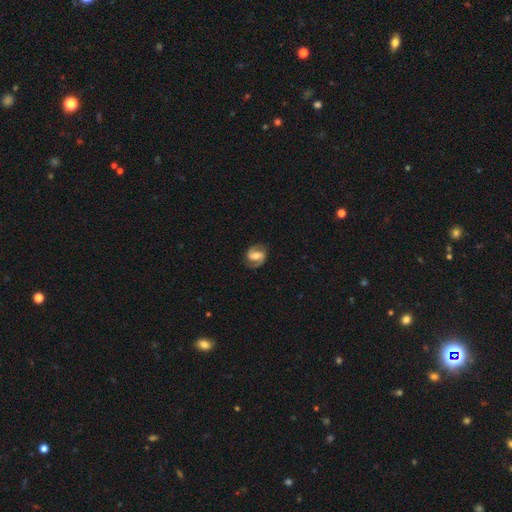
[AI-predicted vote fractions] smooth-or-featured: featured or disk: 82% | smooth: 13% | star or artifact: 6%
  disk-edge-on: no: 98% | yes: 2%
    bar: weak: 46% | strong: 31% | no: 23%
    has-spiral-arms: yes: 95% | no: 5%
      spiral-winding: medium: 53% | tight: 27% | loose: 20%
      spiral-arm-count: 2: 92% | can't tell: 3% | 1: 2% | 3: 1% | 4: 1% | more than 4: 1%
    bulge-size: moderate: 64% | small: 22% | large: 9% | none: 3% | dominant: 1%
  merging: none: 84% | minor disturbance: 11% | major disturbance: 4% | merger: 1%